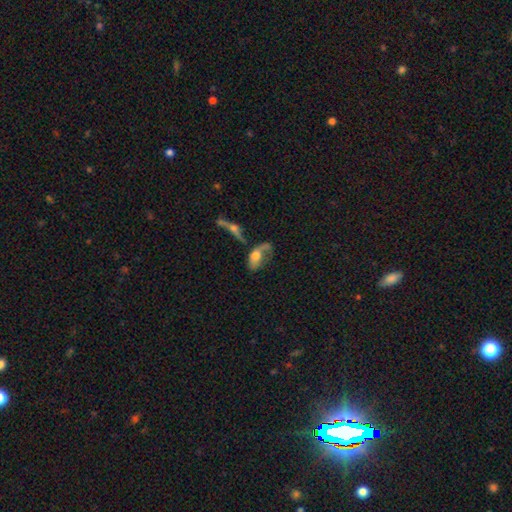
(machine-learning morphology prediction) type=smooth (46%); merging=major disturbance (36%).